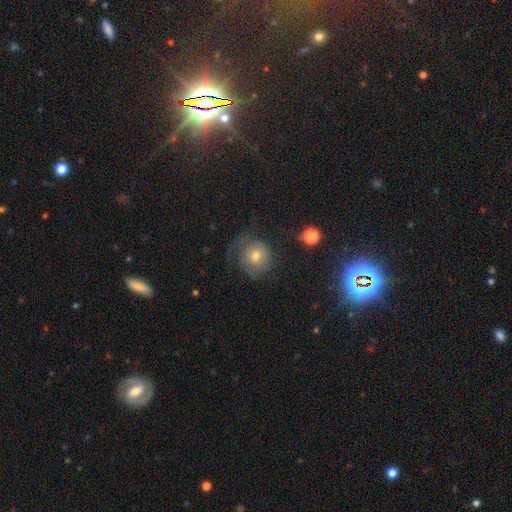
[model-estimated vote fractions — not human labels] A smooth galaxy with no disk features (51%) that is round (88%). Merging: none (51%).